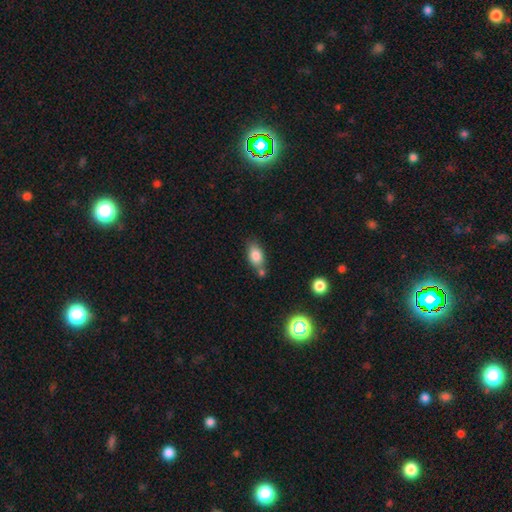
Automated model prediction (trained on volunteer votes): The model was most divided on "merging": none: 57%, merger: 21%, minor disturbance: 17%, major disturbance: 4%. More confident: how rounded — in between (86%); smooth or featured — smooth (82%).